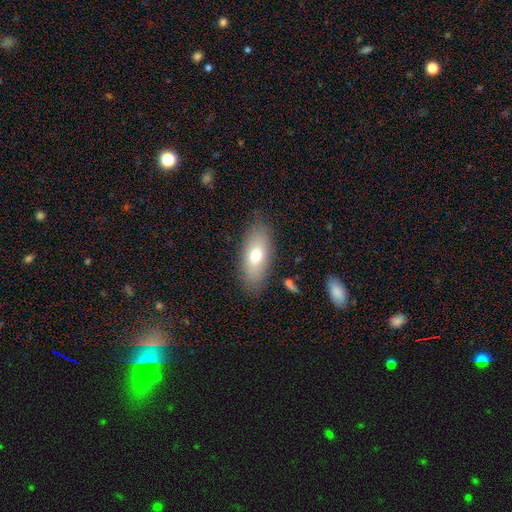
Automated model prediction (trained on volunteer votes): A smooth galaxy with no disk features (71%) that is in between round and cigar-shaped (84%).

Vote fractions:
- Smooth or featured? smooth: 71% / featured or disk: 21% / star or artifact: 8%
- How rounded? in between: 84% / cigar-shaped: 13% / round: 4%
- Merging? none: 81% / minor disturbance: 13% / major disturbance: 4% / merger: 2%